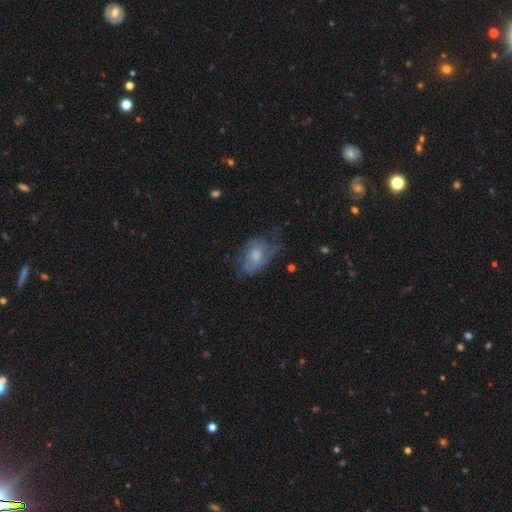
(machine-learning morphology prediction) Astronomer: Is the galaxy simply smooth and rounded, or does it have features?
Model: featured or disk — 57% (runner-up: smooth, 35%).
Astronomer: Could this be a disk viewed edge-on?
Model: no — 95%.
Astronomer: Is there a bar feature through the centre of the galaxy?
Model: no — 66%.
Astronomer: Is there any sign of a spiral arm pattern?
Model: yes — 76%.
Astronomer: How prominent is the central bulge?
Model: moderate — 46% (runner-up: small, 26%).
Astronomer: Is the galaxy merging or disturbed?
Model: none — 42% (runner-up: minor disturbance, 28%).